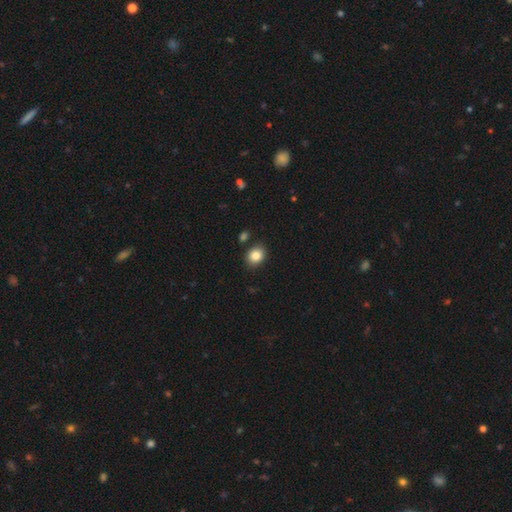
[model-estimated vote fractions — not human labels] The model was most divided on "how rounded": round: 62%, in between: 38%, cigar-shaped: 1%. More confident: smooth or featured — smooth (85%); merging — none (84%).